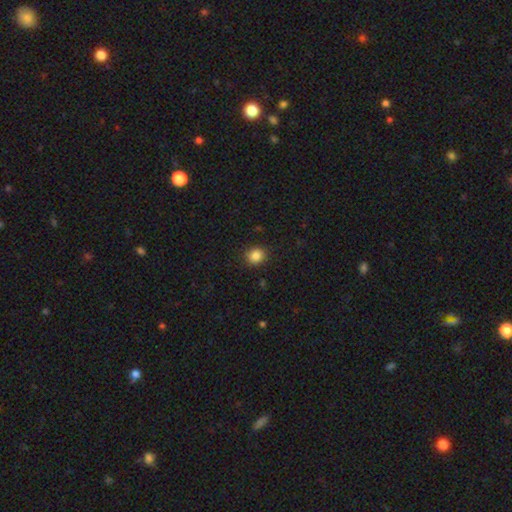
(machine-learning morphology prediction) A smooth galaxy with no disk features (86%) that is round (76%). Merging: none (89%).